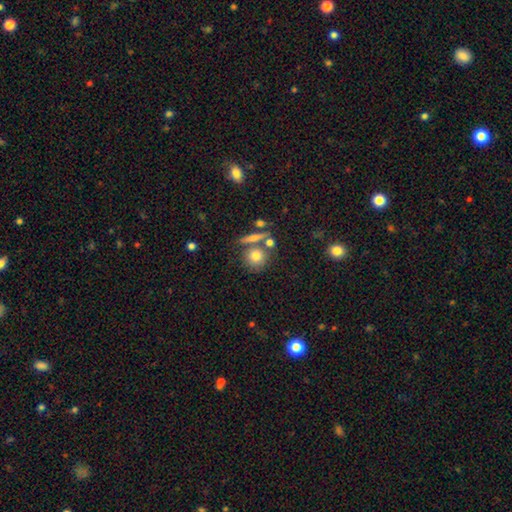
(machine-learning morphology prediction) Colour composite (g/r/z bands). It shows a smooth galaxy with no disk features (75%) that is round (83%). Merging: none (61%).